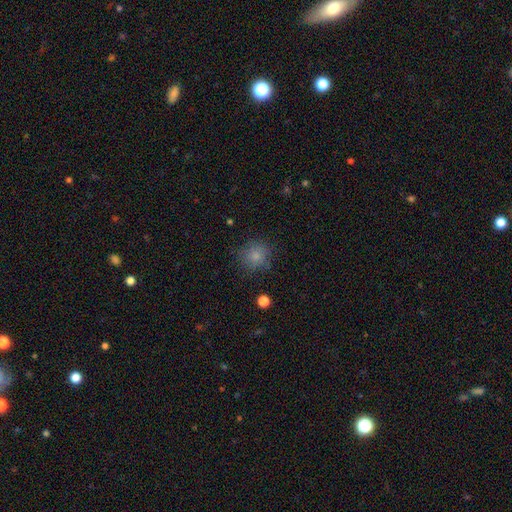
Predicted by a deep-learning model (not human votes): smooth-or-featured: smooth: 81% | star or artifact: 12% | featured or disk: 8%
  how-rounded: round: 87% | in between: 12% | cigar-shaped: 1%
  merging: none: 79% | minor disturbance: 15% | major disturbance: 5% | merger: 2%